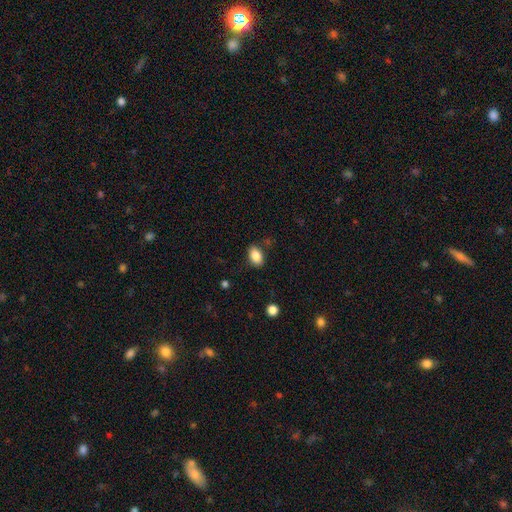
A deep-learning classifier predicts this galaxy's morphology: This appears to be a smooth galaxy with no disk features (86%) that is in between round and cigar-shaped (87%). Merging: none (84%).